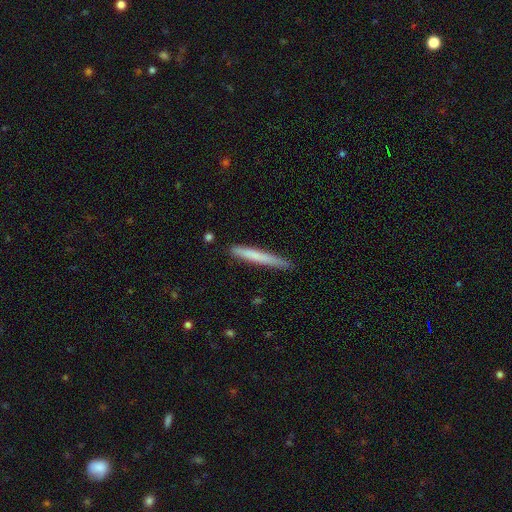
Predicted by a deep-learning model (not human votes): Q: Smooth or featured?
A: smooth (67%); runner-up: featured or disk (27%)
Q: How rounded?
A: cigar-shaped (96%); runner-up: in between (2%)
Q: Merging?
A: none (83%); runner-up: minor disturbance (14%)